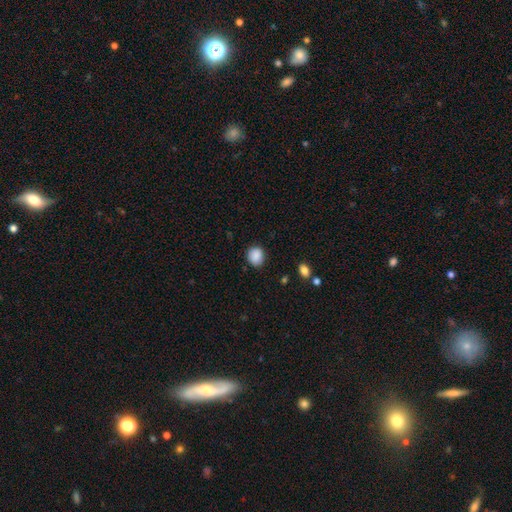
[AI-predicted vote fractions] Morphology: type=smooth (89%); roundness=round (71%); merging=none (84%).